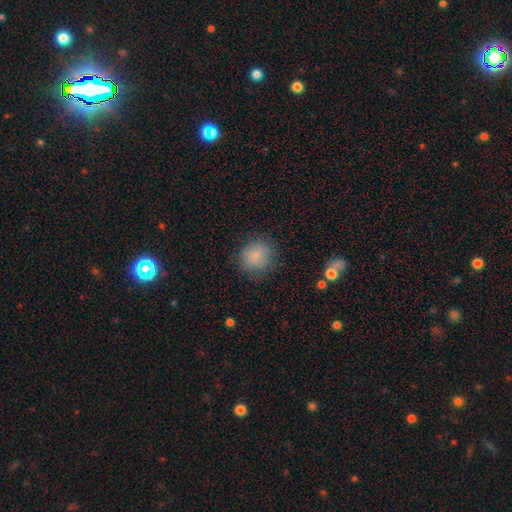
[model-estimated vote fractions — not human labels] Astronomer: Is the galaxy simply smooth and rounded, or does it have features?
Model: smooth — 84%.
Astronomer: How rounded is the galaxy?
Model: round — 84%.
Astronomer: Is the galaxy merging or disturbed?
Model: none — 81%.